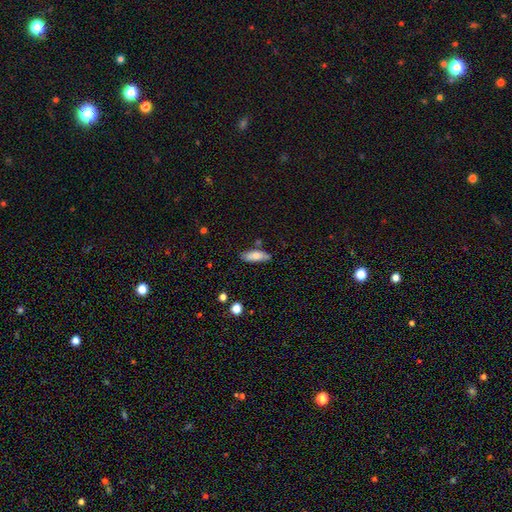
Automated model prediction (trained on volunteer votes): Overall: smooth (79%). How rounded: in between (66%; cigar-shaped 32%). Merging: none (77%).